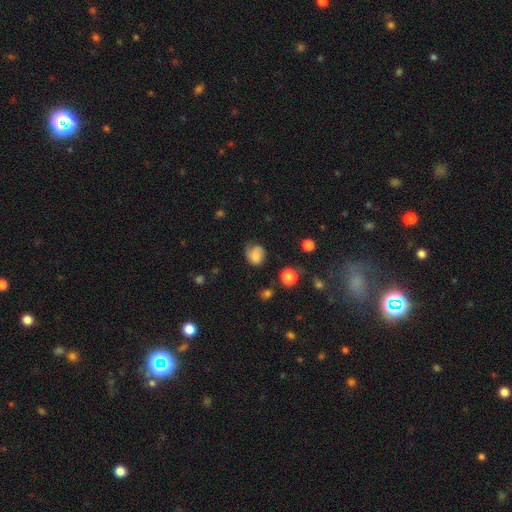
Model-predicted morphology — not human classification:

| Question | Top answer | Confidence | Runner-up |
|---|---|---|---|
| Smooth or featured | smooth | 69% | featured or disk (21%) |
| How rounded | round | 65% | in between (34%) |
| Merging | none | 50% | minor disturbance (31%) |